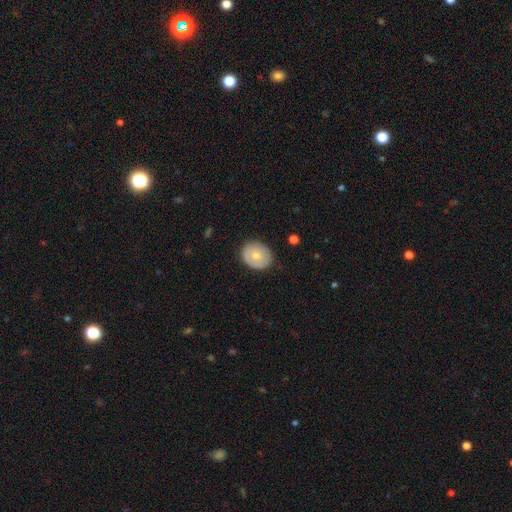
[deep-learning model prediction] smooth 64%, featured or disk 30%, star or artifact 6%. Down the decision tree: how rounded — round (63%); merging — none (81%).